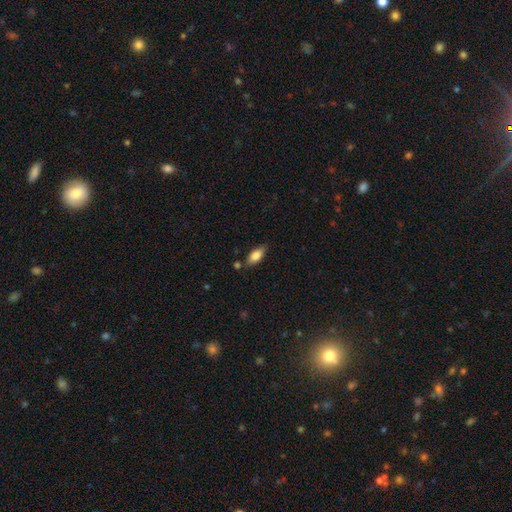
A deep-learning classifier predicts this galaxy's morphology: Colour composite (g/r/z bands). It shows a smooth galaxy with no disk features (78%) that is in between round and cigar-shaped (83%). Merging: none (75%).